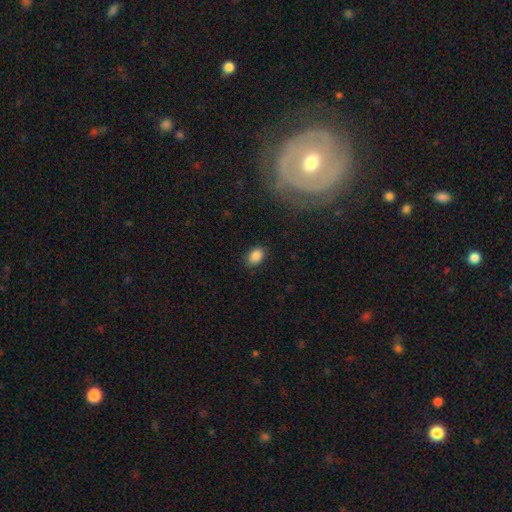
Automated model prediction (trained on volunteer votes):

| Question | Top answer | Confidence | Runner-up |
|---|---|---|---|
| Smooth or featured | smooth | 87% | star or artifact (9%) |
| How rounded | in between | 78% | round (21%) |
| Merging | none | 85% | minor disturbance (11%) |